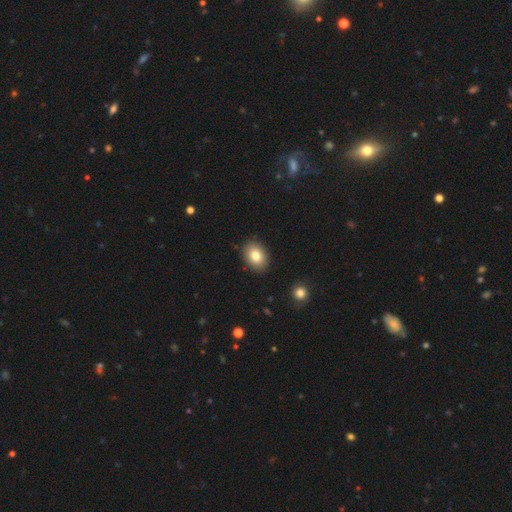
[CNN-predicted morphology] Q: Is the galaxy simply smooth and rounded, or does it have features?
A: smooth — 81%.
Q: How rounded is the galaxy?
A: in between — 72%.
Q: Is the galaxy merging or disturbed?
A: none — 89%.